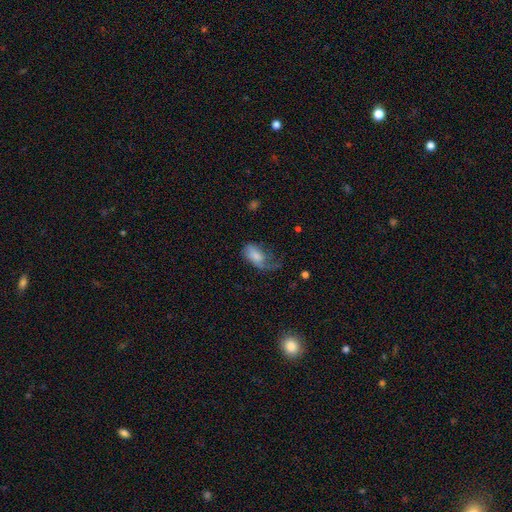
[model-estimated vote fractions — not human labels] Overall: smooth (68%). How rounded: in between (92%). Merging: major disturbance (44%; minor disturbance 29%).